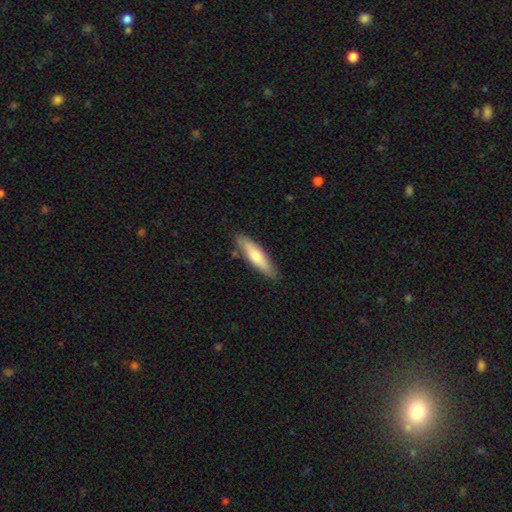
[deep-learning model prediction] Smooth or featured: smooth — 63% (featured or disk — 32%)
How rounded: cigar-shaped — 75% (in between — 24%)
Merging: none — 85% (minor disturbance — 11%)